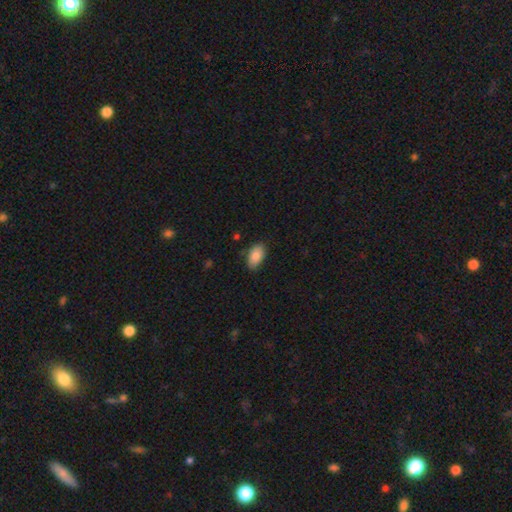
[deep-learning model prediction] The model was most divided on "merging": none: 79%, minor disturbance: 17%, major disturbance: 3%, merger: 1%. More confident: how rounded — in between (93%); smooth or featured — smooth (87%).